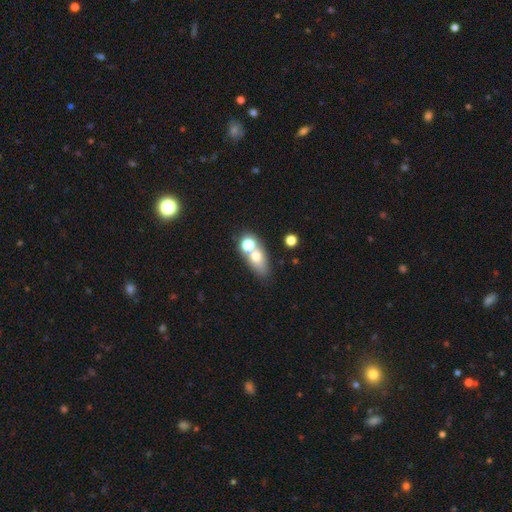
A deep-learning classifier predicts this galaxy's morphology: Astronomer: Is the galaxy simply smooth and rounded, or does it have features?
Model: smooth — 64%.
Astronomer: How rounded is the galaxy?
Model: in between — 63%.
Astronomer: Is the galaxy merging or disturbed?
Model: merger — 44% (runner-up: none, 42%).